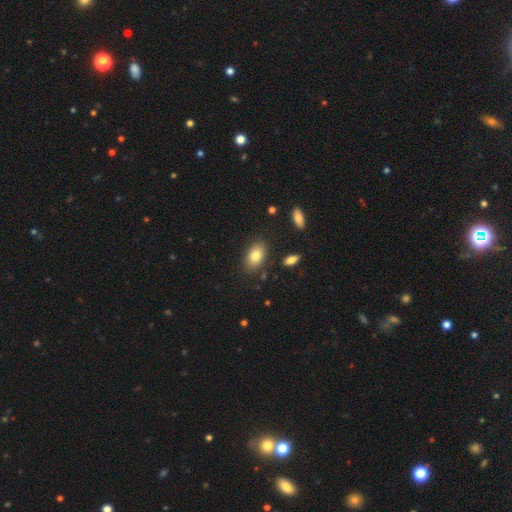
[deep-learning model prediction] This is clearly a smooth galaxy (81%). How rounded: clearly in between (89%). Merging: clearly none (83%).